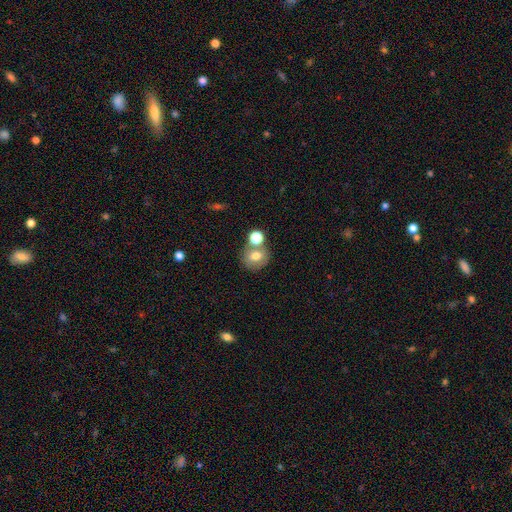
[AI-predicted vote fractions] Q: Smooth or featured?
A: smooth (71%); runner-up: featured or disk (18%)
Q: How rounded?
A: round (73%); runner-up: in between (26%)
Q: Merging?
A: none (55%); runner-up: merger (30%)